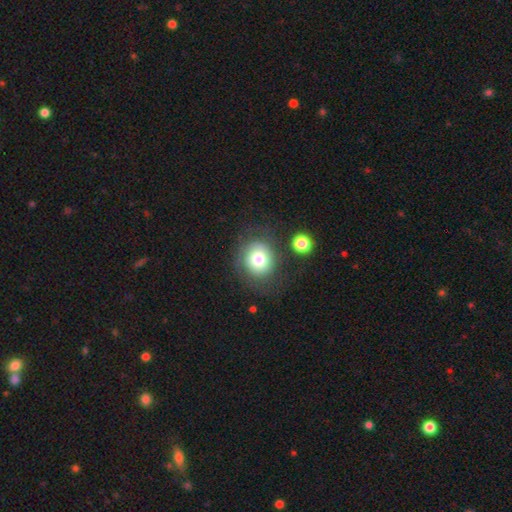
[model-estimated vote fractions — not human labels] Smooth or featured?
  - smooth: 70% *
  - featured or disk: 19%
  - star or artifact: 12%
How rounded?
  - round: 79% *
  - in between: 20%
  - cigar-shaped: 1%
Merging?
  - none: 72% *
  - minor disturbance: 15%
  - major disturbance: 8%
  - merger: 5%